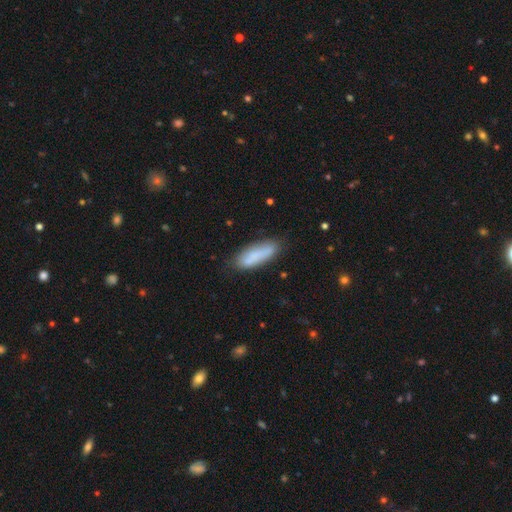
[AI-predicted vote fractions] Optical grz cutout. It shows a smooth galaxy with no disk features (79%) that is in between round and cigar-shaped (50%). Merging: none (74%).